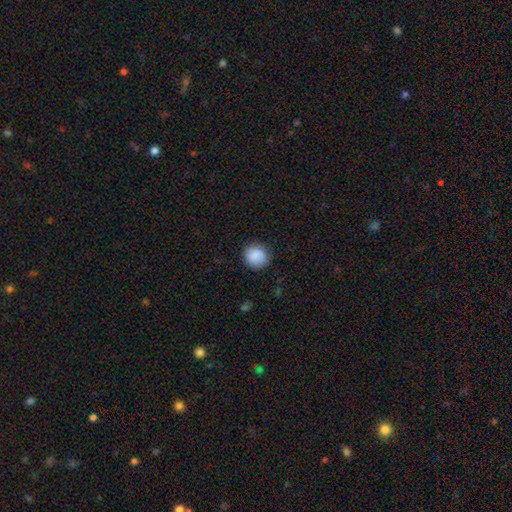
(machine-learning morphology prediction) This is clearly a smooth galaxy (88%). How rounded: clearly round (86%). Merging: clearly none (87%).